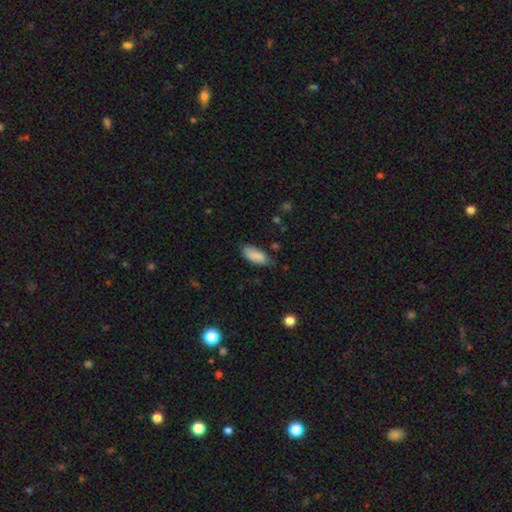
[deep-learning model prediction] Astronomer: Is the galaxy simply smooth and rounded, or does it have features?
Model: smooth — 84%.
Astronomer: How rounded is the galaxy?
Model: in between — 84%.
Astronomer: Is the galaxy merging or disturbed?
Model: none — 61%.